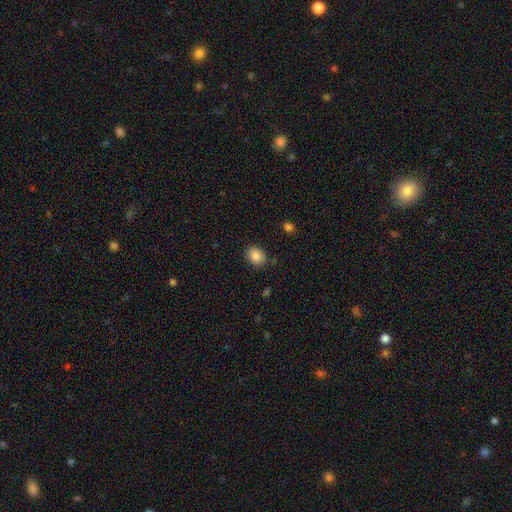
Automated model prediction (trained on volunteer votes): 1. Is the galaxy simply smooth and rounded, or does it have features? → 87% smooth, 9% star or artifact, 5% featured or disk.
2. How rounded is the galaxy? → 55% in between, 44% round, 1% cigar-shaped.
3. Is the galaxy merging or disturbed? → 81% none, 13% minor disturbance, 3% major disturbance, 2% merger.